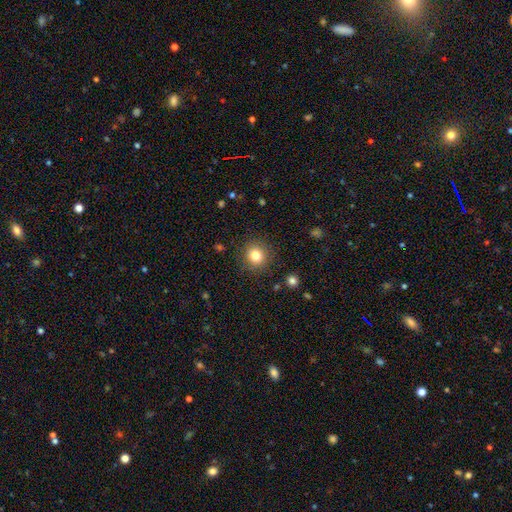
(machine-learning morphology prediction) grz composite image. It shows a smooth galaxy with no disk features (81%) that is round (91%). Merging: none (88%).